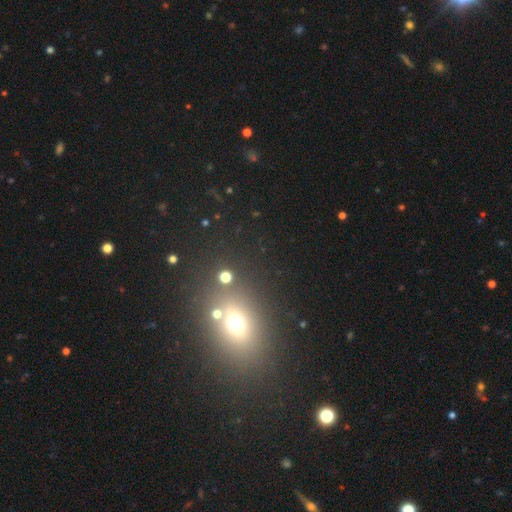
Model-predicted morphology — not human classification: The model was most divided on "smooth or featured": smooth: 46%, star or artifact: 42%, featured or disk: 12%. More confident: merging — none (75%).